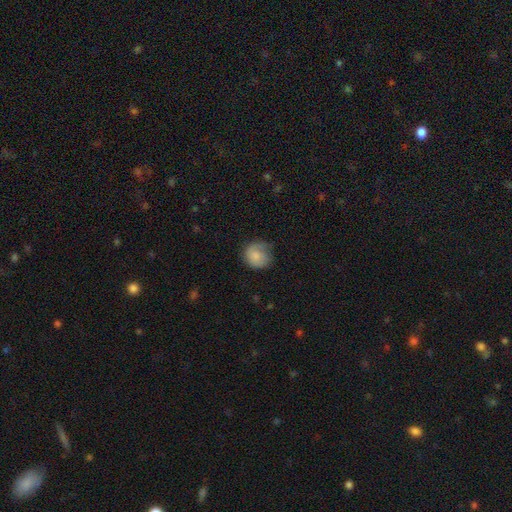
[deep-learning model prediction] Smooth or featured?
  - smooth: 74% *
  - featured or disk: 19%
  - star or artifact: 7%
How rounded?
  - round: 76% *
  - in between: 23%
  - cigar-shaped: 1%
Merging?
  - none: 49% *
  - minor disturbance: 31%
  - major disturbance: 18%
  - merger: 2%